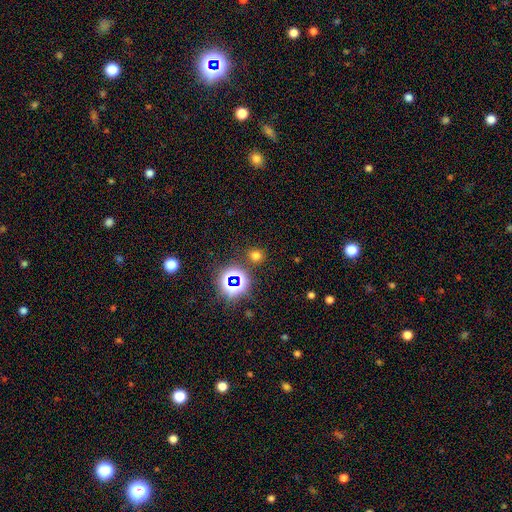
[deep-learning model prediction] Overall: smooth (63%; star or artifact 32%). How rounded: round (83%). Merging: none (83%).